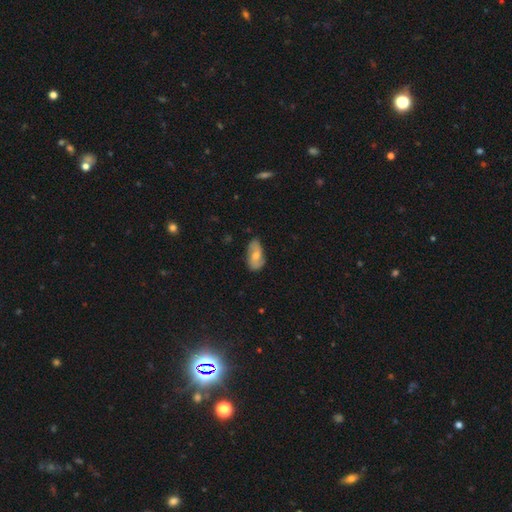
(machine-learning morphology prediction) Smooth or featured: smooth — 51% (featured or disk — 42%)
How rounded: in between — 91% (cigar-shaped — 5%)
Merging: none — 68% (minor disturbance — 25%)